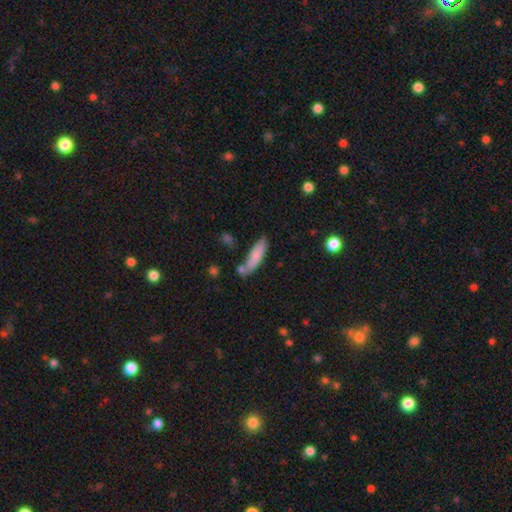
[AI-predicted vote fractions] A smooth galaxy with no disk features (79%) that is cigar-shaped (66%).

Vote fractions:
- Smooth or featured? smooth: 79% / featured or disk: 15% / star or artifact: 6%
- How rounded? cigar-shaped: 66% / in between: 32% / round: 2%
- Merging? none: 67% / minor disturbance: 18% / merger: 11% / major disturbance: 4%